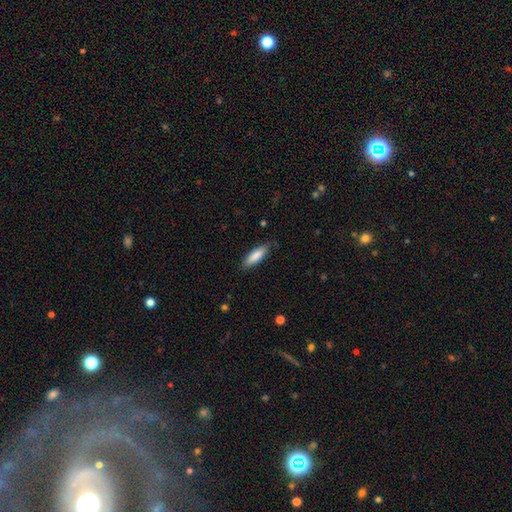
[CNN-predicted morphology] type=smooth (86%); roundness=in between (54%); merging=none (82%).